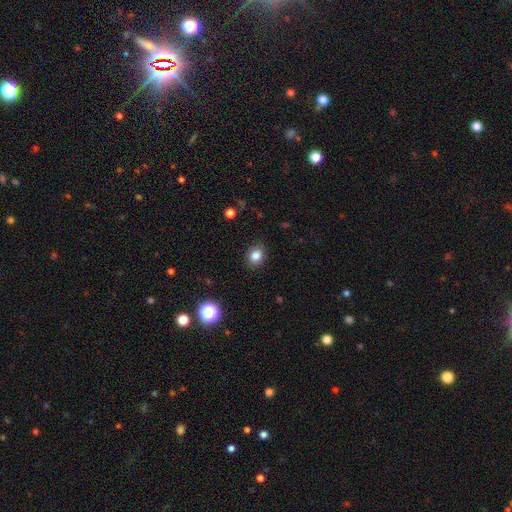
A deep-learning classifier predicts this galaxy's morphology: A smooth galaxy with no disk features (83%) that is round (64%).

Vote fractions:
- Smooth or featured? smooth: 83% / star or artifact: 11% / featured or disk: 6%
- How rounded? round: 64% / in between: 35% / cigar-shaped: 1%
- Merging? none: 87% / minor disturbance: 9% / major disturbance: 2% / merger: 1%